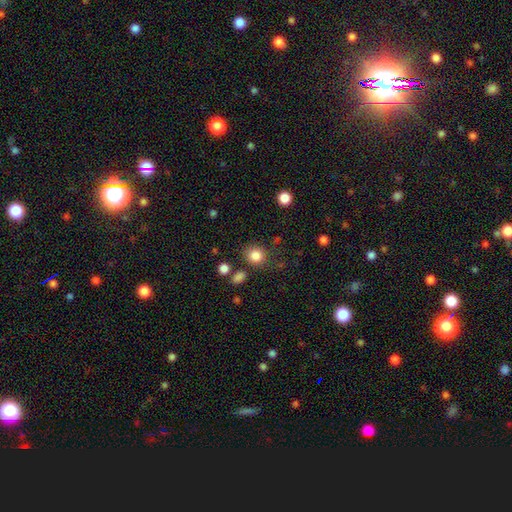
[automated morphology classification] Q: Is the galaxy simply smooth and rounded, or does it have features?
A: smooth — 84%.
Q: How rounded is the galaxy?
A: round — 87%.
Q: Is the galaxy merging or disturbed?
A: none — 80%.